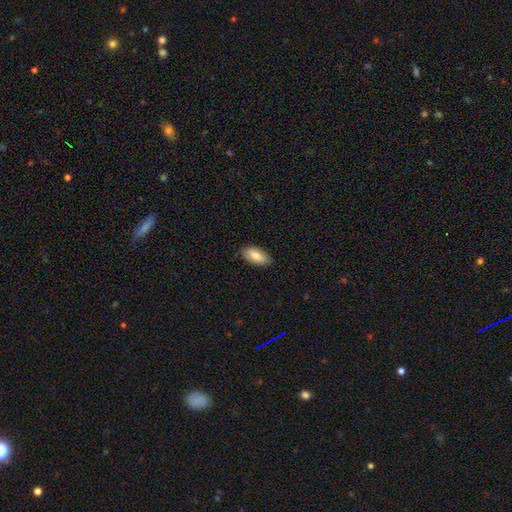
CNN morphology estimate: Smooth or featured: smooth — 80% (featured or disk — 14%)
How rounded: in between — 91% (cigar-shaped — 7%)
Merging: none — 86% (minor disturbance — 11%)